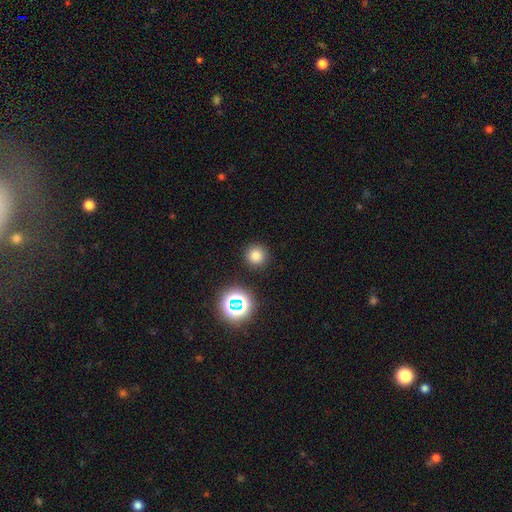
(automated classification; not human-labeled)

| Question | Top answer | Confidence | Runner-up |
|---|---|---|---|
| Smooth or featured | smooth | 76% | star or artifact (18%) |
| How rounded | round | 95% | in between (4%) |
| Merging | none | 90% | minor disturbance (6%) |